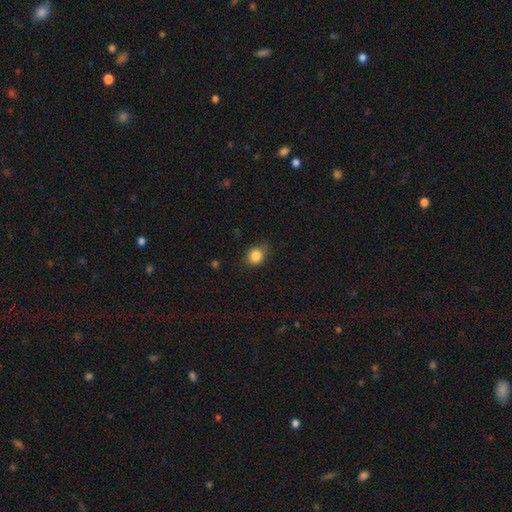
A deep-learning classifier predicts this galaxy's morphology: This is clearly a smooth galaxy (84%). How rounded: likely round (72%). Merging: likely none (73%).